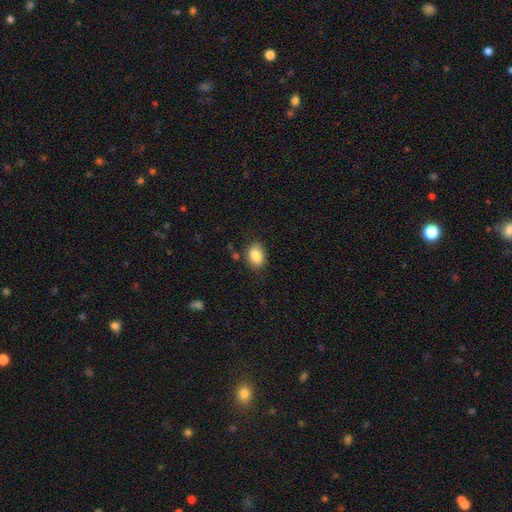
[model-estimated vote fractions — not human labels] This is clearly a smooth galaxy (86%). How rounded: likely in between (76%). Merging: likely none (77%).